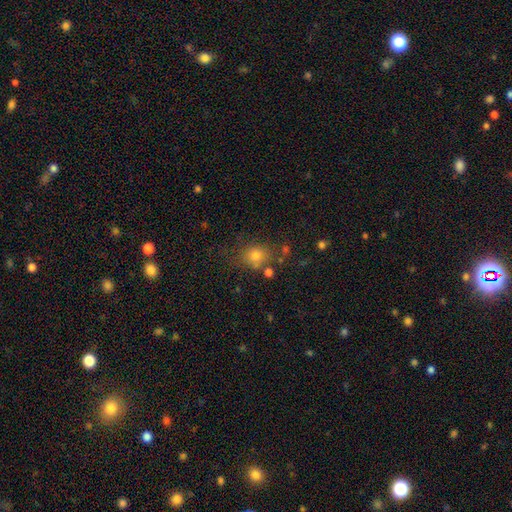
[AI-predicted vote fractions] This is likely a smooth galaxy (73%). How rounded: likely round (71%). Merging: likely none (69%).